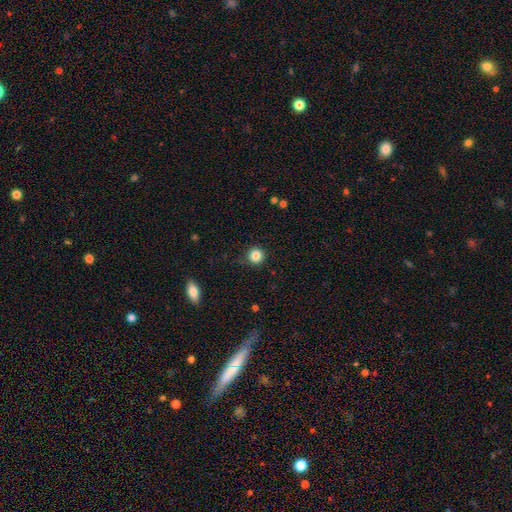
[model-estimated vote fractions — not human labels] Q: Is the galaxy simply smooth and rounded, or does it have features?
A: smooth — 85%.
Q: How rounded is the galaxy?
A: round — 94%.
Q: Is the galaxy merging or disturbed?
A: none — 88%.